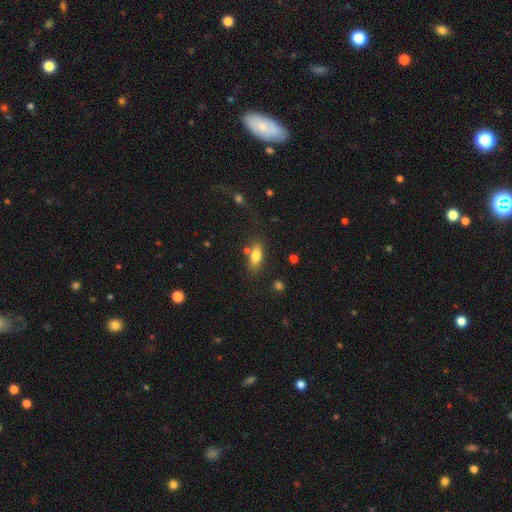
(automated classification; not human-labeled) Smooth or featured? smooth (79%)
How rounded? in between (80%)
Merging? none (70%)